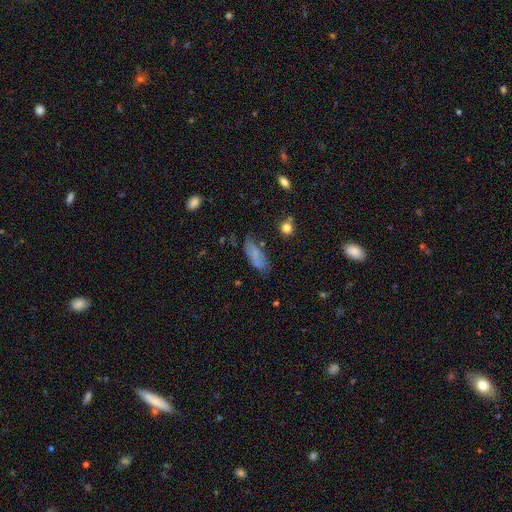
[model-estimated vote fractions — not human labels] Smooth or featured? smooth (71%)
How rounded? in between (71%)
Merging? none (63%)